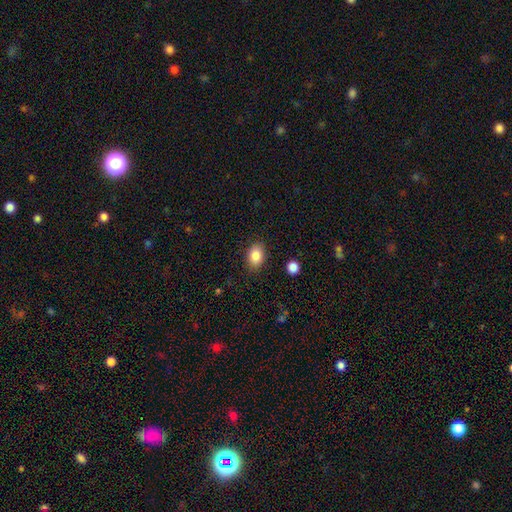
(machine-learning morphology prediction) This appears to be a smooth galaxy with no disk features (87%) that is in between round and cigar-shaped (80%). Merging: none (85%).